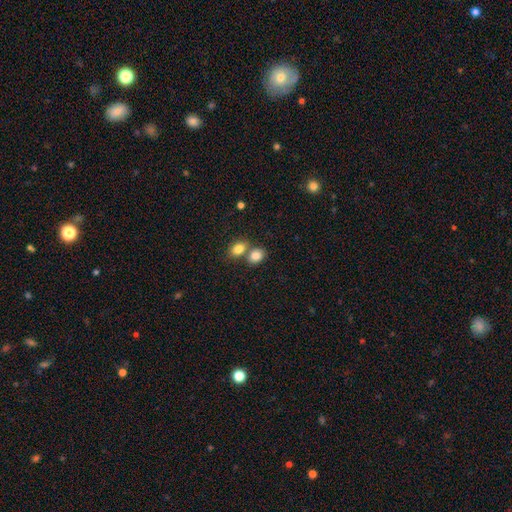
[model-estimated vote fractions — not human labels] Q: Smooth or featured?
A: smooth (83%); runner-up: star or artifact (9%)
Q: How rounded?
A: in between (60%); runner-up: round (39%)
Q: Merging?
A: none (44%); runner-up: merger (43%)